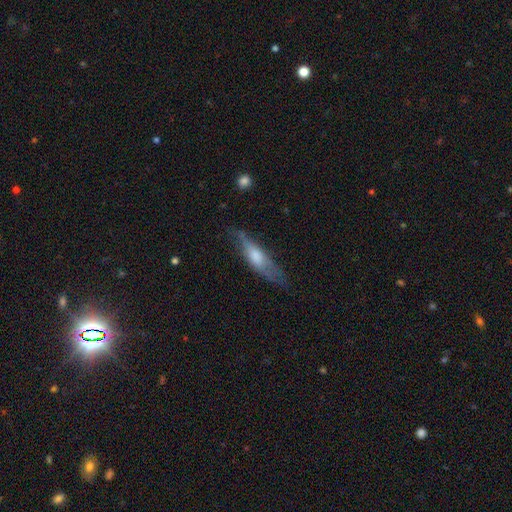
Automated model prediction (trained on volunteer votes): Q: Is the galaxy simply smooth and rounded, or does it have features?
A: featured or disk — 51%.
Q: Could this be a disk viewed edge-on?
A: yes — 72%.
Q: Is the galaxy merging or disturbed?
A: none — 64%.